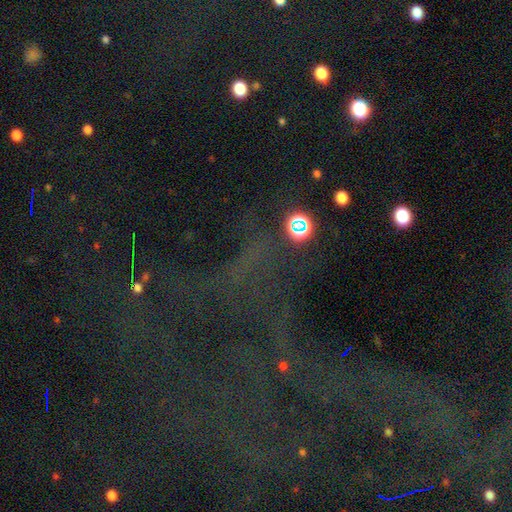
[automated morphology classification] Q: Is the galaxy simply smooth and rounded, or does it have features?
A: star or artifact — 76%.